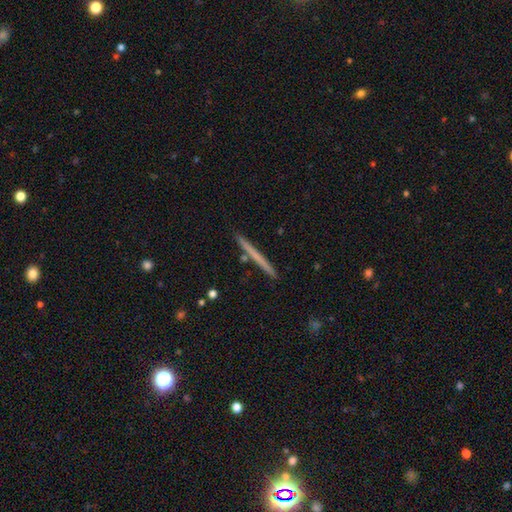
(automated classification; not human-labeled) smooth-or-featured: smooth: 52% | featured or disk: 42% | star or artifact: 6%
  how-rounded: cigar-shaped: 97% | in between: 2% | round: 1%
  merging: none: 91% | minor disturbance: 6% | merger: 2% | major disturbance: 1%